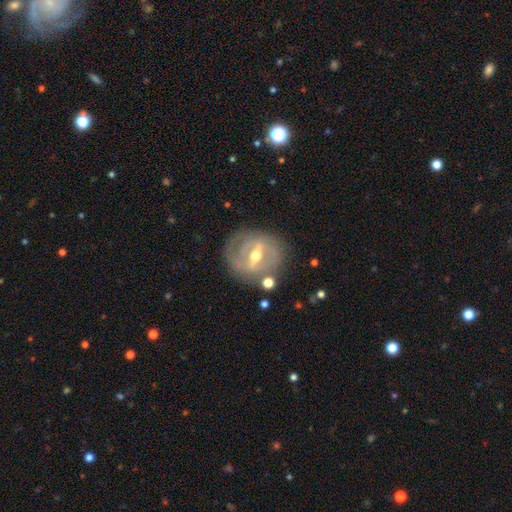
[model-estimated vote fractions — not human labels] Smooth or featured?
  - featured or disk: 80% *
  - smooth: 14%
  - star or artifact: 6%
Edge-on disk?
  - no: 89% *
  - yes: 11%
Bar?
  - strong: 64% *
  - weak: 28%
  - no: 8%
Spiral arms?
  - yes: 58% *
  - no: 42%
Bulge size?
  - moderate: 72% *
  - small: 23%
  - large: 4%
  - none: 1%
  - dominant: 1%
Merging?
  - none: 76% *
  - minor disturbance: 15%
  - major disturbance: 6%
  - merger: 3%